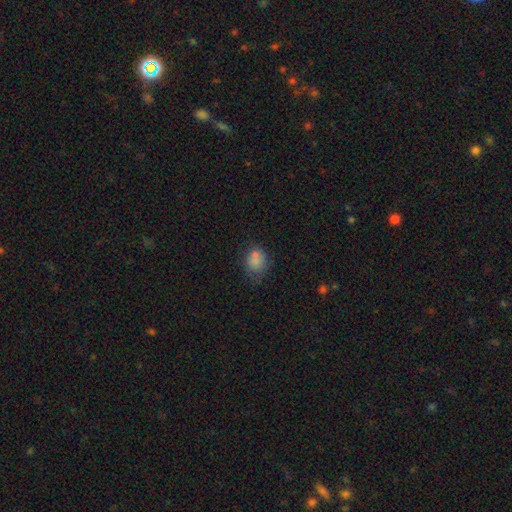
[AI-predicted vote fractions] Overall: smooth (75%). How rounded: round (61%; in between 38%). Merging: none (55%; minor disturbance 22%).